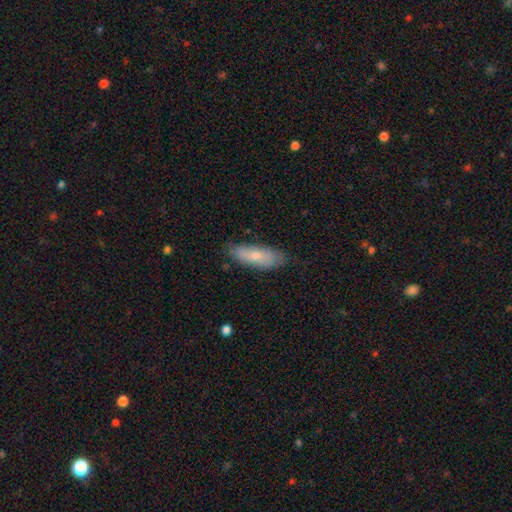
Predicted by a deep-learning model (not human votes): The model was most divided on "how rounded": in between: 62%, cigar-shaped: 36%, round: 2%. More confident: merging — none (74%); smooth or featured — smooth (69%).